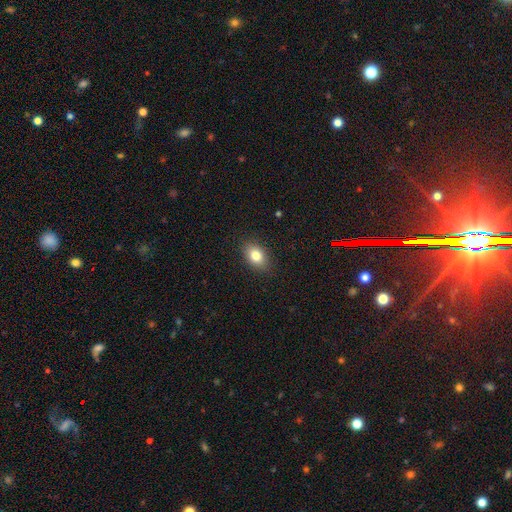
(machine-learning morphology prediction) The model was most divided on "how rounded": in between: 80%, round: 18%, cigar-shaped: 2%. More confident: merging — none (87%); smooth or featured — smooth (82%).